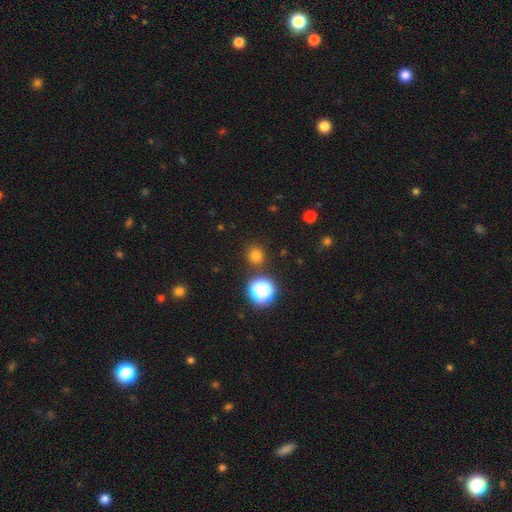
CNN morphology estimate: smooth_or_featured: smooth (p=0.74) [alt: star or artifact p=0.21]
how_rounded: round (p=0.90) [alt: in between p=0.09]
merging: none (p=0.88) [alt: minor disturbance p=0.06]